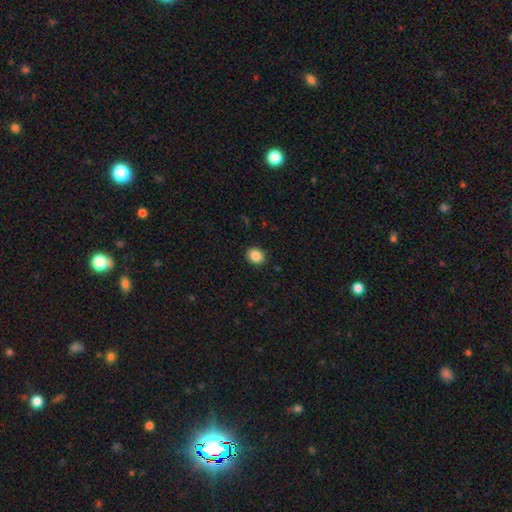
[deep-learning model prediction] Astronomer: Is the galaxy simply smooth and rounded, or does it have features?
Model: smooth — 87%.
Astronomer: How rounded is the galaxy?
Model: round — 59% (runner-up: in between, 41%).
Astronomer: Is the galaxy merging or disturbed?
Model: none — 90%.